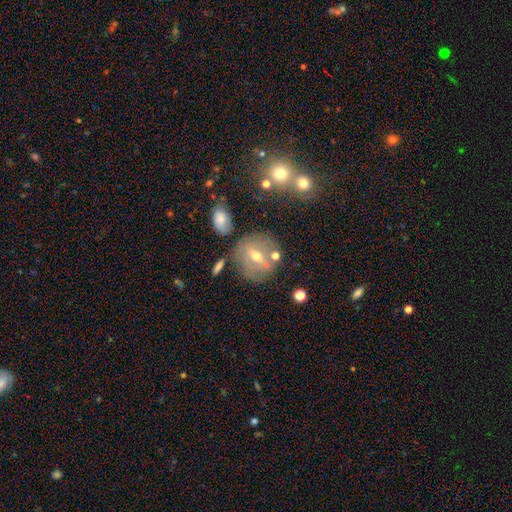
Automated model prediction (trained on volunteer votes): A featured or disk galaxy (52%). Merging: none (69%).